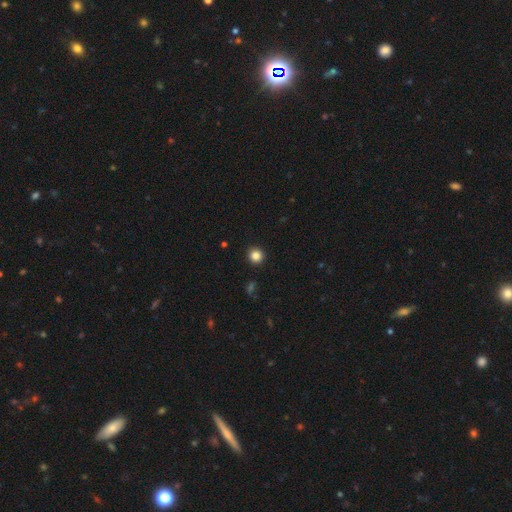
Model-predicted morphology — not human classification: Smooth or featured: smooth — 85% (star or artifact — 11%)
How rounded: round — 95% (in between — 4%)
Merging: none — 93% (minor disturbance — 4%)